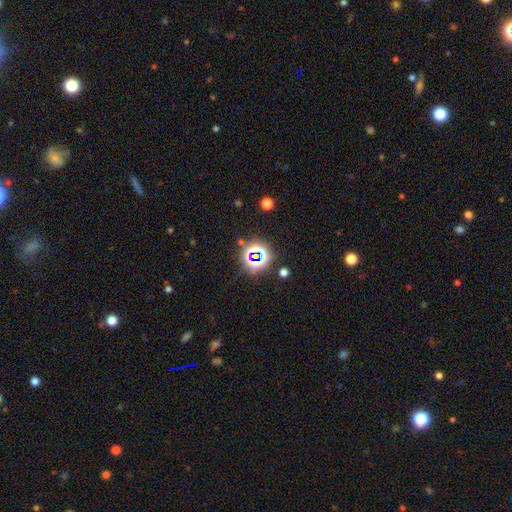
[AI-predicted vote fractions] Smooth or featured? Predicted: star or artifact (p=0.70).